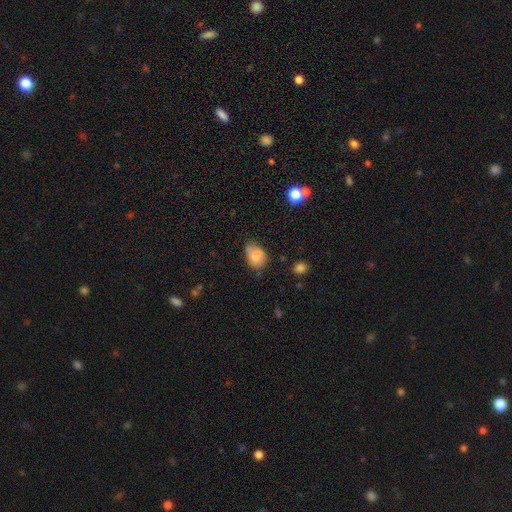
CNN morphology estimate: This is likely a smooth galaxy (79%). How rounded: likely in between (74%). Merging: possibly none (53%).